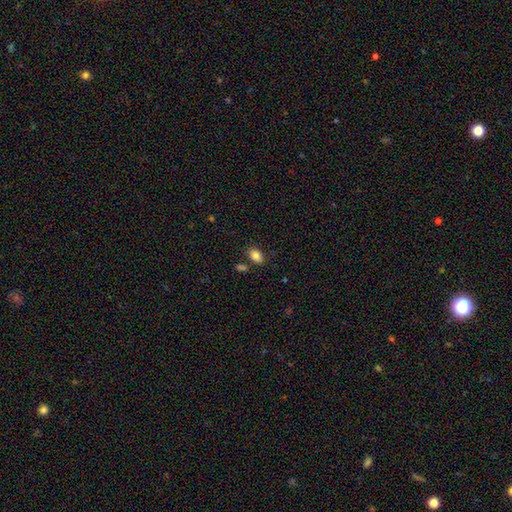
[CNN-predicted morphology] A smooth galaxy with no disk features (83%) that is in between round and cigar-shaped (87%).

Vote fractions:
- Smooth or featured? smooth: 83% / star or artifact: 9% / featured or disk: 8%
- How rounded? in between: 87% / round: 12% / cigar-shaped: 1%
- Merging? none: 78% / minor disturbance: 11% / merger: 8% / major disturbance: 3%